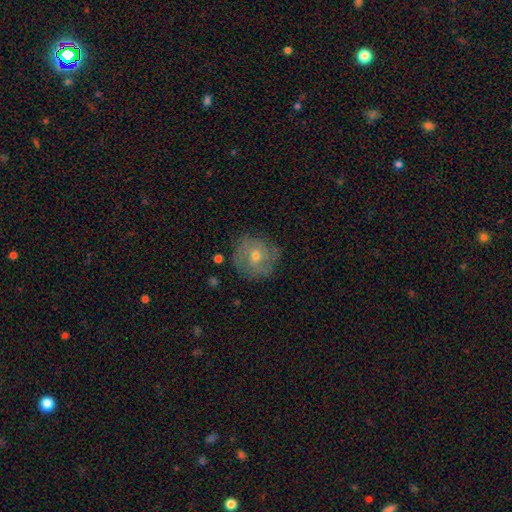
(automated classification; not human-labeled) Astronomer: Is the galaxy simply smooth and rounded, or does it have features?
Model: featured or disk — 51% (runner-up: smooth, 39%).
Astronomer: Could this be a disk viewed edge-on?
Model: no — 96%.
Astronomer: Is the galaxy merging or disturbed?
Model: none — 79%.